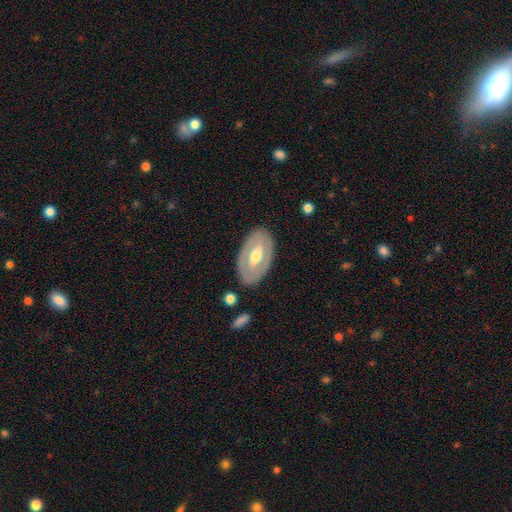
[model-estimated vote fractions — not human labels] The model was most divided on "bar": no: 40%, weak: 34%, strong: 25%. More confident: edge-on disk — no (89%); merging — none (83%); spiral arms — no (72%); bulge size — moderate (71%); smooth or featured — featured or disk (64%).